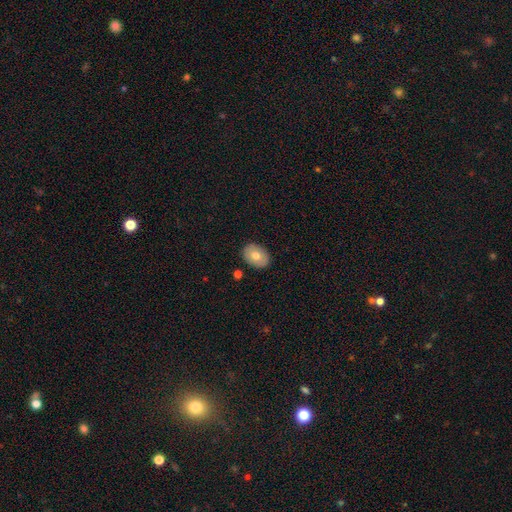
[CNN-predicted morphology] The model was most divided on "smooth or featured": smooth: 72%, featured or disk: 21%, star or artifact: 7%. More confident: merging — none (87%); how rounded — in between (78%).